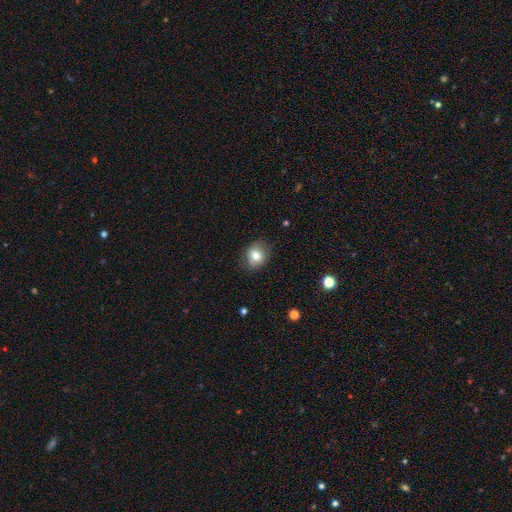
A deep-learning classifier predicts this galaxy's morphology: This appears to be a smooth galaxy with no disk features (76%) that is round (61%). Merging: none (77%).